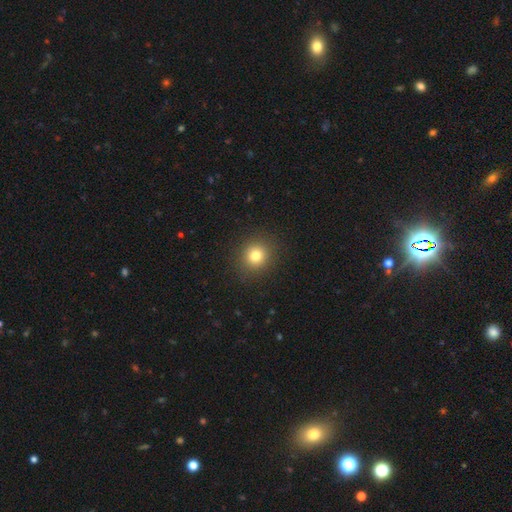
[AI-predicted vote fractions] This appears to be a smooth galaxy with no disk features (79%) that is round (87%). Merging: none (90%).